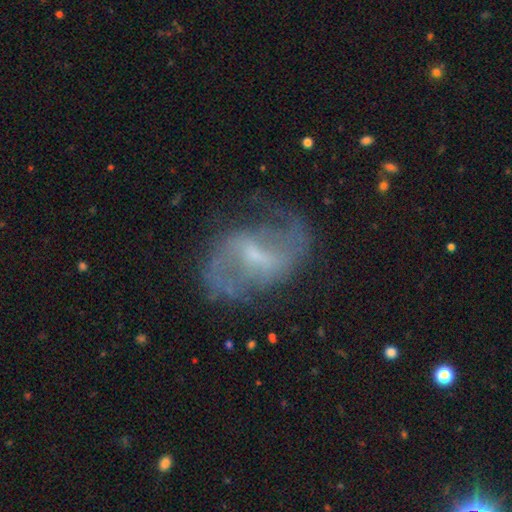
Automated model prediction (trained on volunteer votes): Overall: featured or disk (85%). Edge-on disk: no (97%). Bar: weak (57%; strong 28%). Spiral arms: yes (93%). Spiral arm count: 2 (90%). Spiral winding: loose (47%; medium 43%). Bulge size: small (54%; moderate 27%). Merging: none (72%).